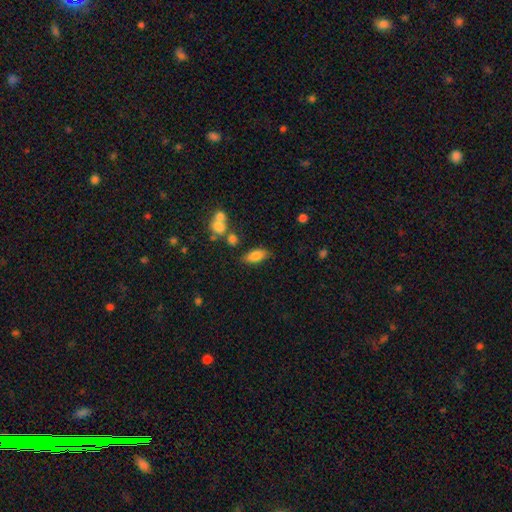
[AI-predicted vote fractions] Smooth or featured? Predicted: smooth (p=0.80). How rounded? Predicted: in between (p=0.84). Merging? Predicted: none (p=0.76).